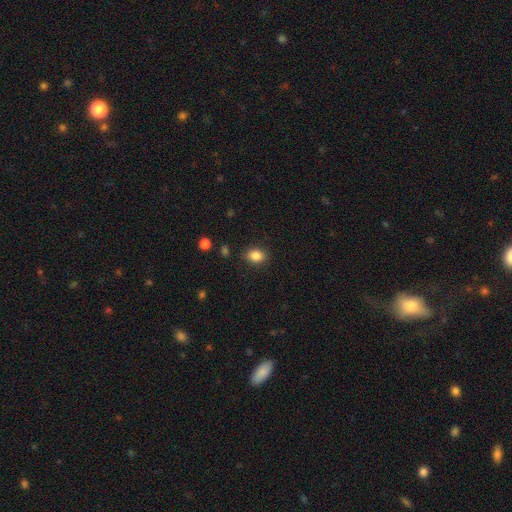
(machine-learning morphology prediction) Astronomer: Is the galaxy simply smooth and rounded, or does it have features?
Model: smooth — 85%.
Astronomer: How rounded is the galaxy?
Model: in between — 68%.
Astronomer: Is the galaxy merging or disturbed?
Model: none — 86%.